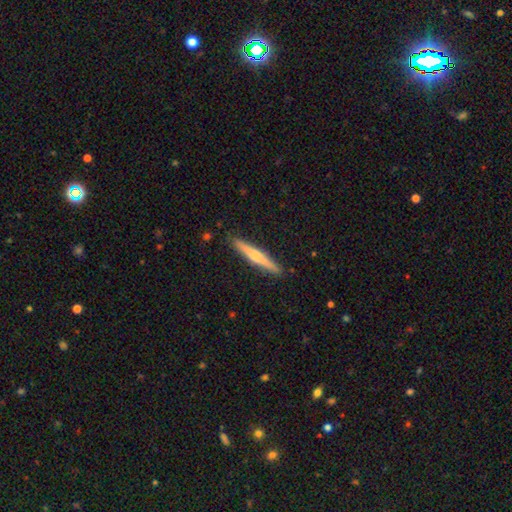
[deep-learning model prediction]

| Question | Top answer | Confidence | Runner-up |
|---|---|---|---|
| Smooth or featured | featured or disk | 49% | smooth (46%) |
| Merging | none | 90% | minor disturbance (8%) |